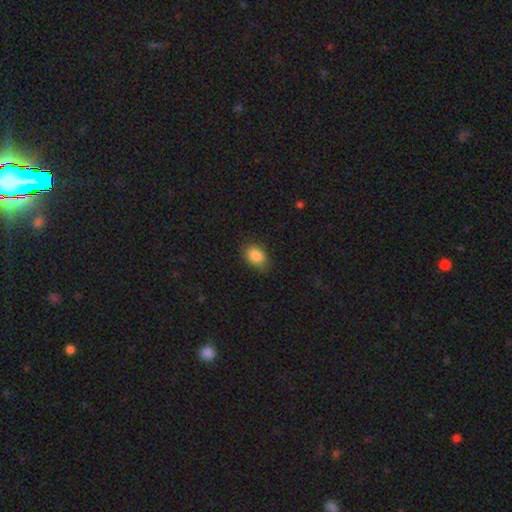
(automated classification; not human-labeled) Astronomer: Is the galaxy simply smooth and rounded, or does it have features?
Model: smooth — 87%.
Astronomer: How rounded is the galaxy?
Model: in between — 74%.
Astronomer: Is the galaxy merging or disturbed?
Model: none — 80%.